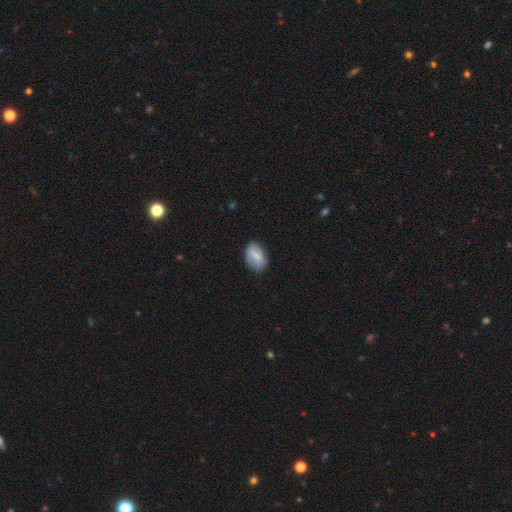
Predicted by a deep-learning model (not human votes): Smooth or featured? Predicted: smooth (p=0.74). How rounded? Predicted: in between (p=0.89). Merging? Predicted: none (p=0.80).